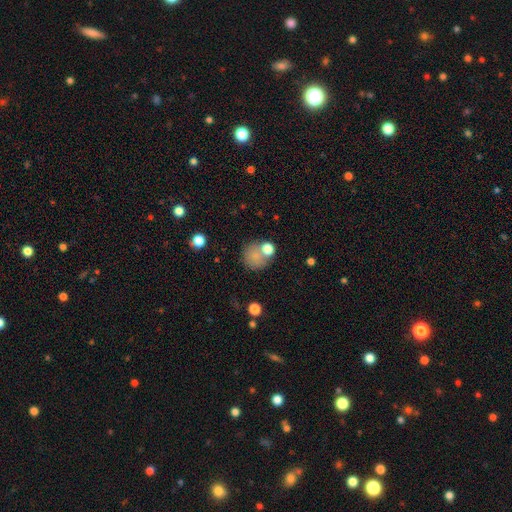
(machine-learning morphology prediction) smooth-or-featured: smooth: 77% | star or artifact: 12% | featured or disk: 11%
  how-rounded: round: 87% | in between: 12% | cigar-shaped: 1%
  merging: none: 59% | merger: 19% | minor disturbance: 14% | major disturbance: 8%